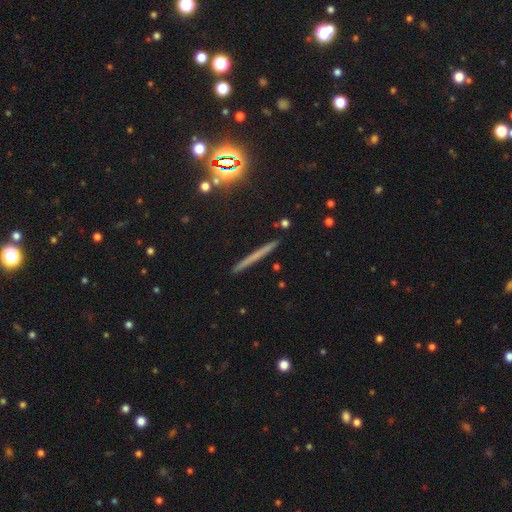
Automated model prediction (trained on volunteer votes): smooth-or-featured: smooth: 47% | featured or disk: 38% | star or artifact: 15%
  merging: none: 91% | minor disturbance: 6% | merger: 1% | major disturbance: 1%